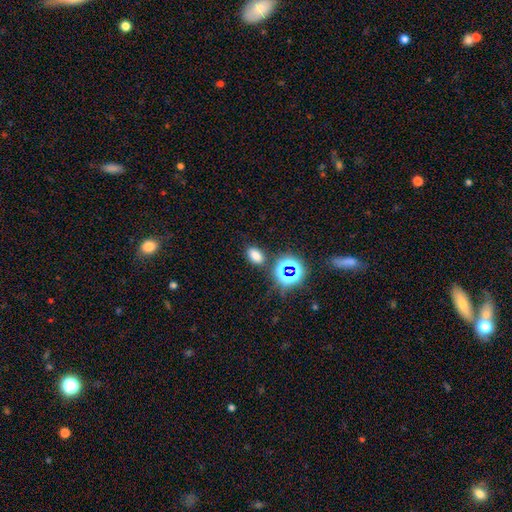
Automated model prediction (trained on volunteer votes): A smooth galaxy with no disk features (71%) that is in between round and cigar-shaped (84%).

Vote fractions:
- Smooth or featured? smooth: 71% / star or artifact: 23% / featured or disk: 6%
- How rounded? in between: 84% / round: 14% / cigar-shaped: 2%
- Merging? none: 81% / minor disturbance: 10% / merger: 6% / major disturbance: 3%